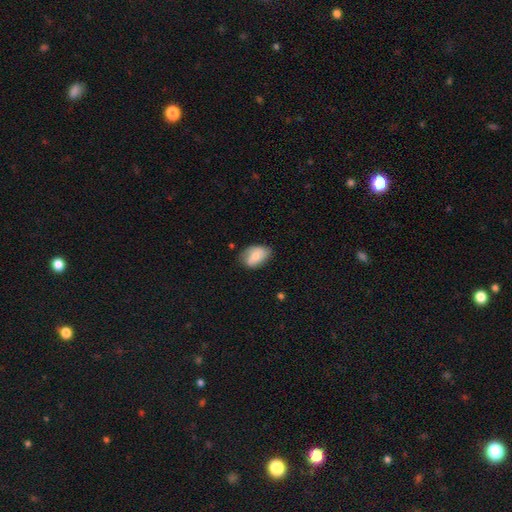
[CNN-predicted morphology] Smooth or featured?
  - smooth: 66% *
  - featured or disk: 27%
  - star or artifact: 7%
How rounded?
  - in between: 86% *
  - round: 12%
  - cigar-shaped: 1%
Merging?
  - none: 61% *
  - minor disturbance: 30%
  - major disturbance: 6%
  - merger: 2%